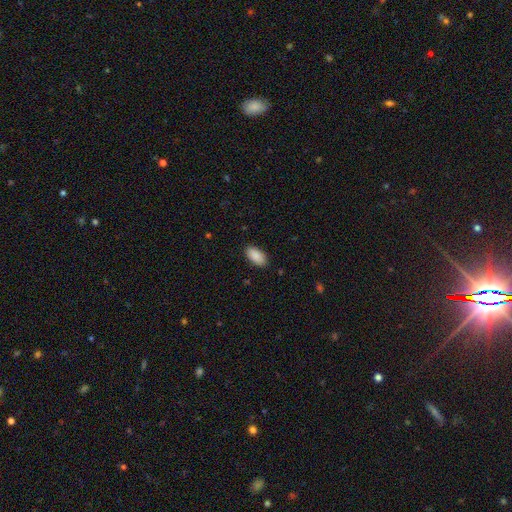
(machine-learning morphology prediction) Overall: smooth (90%). How rounded: in between (95%). Merging: none (88%).